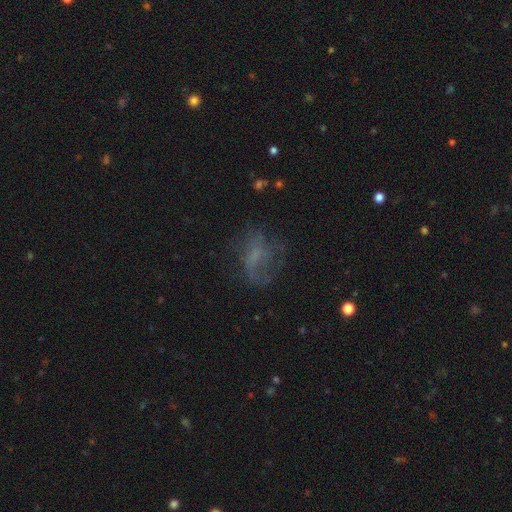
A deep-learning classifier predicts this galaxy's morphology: type=featured or disk (43%); merging=none (49%).